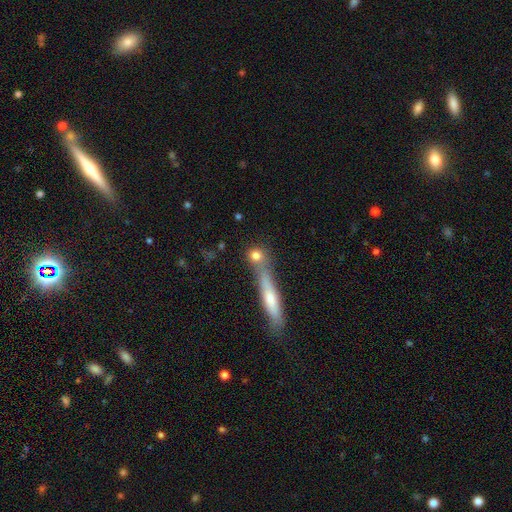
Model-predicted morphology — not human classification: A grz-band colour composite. It shows a smooth galaxy with no disk features (75%) that is round (71%). Merging: none (59%).